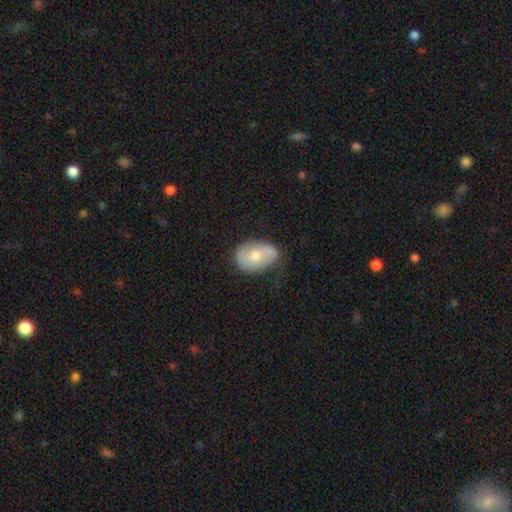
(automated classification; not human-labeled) This appears to be a smooth galaxy with no disk features (54%) that is in between round and cigar-shaped (84%). Merging: none (67%).